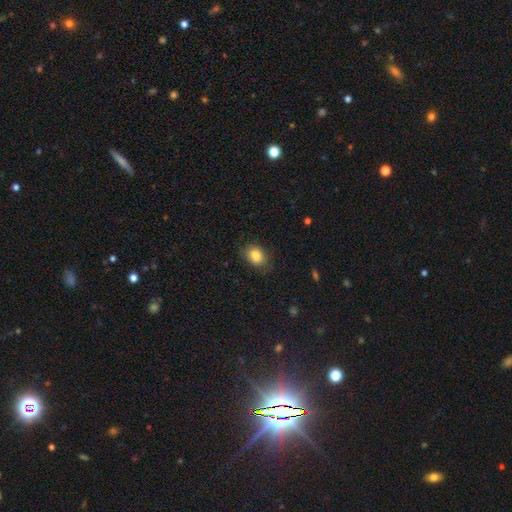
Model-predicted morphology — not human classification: Smooth or featured: smooth — 83% (star or artifact — 9%)
How rounded: in between — 65% (round — 34%)
Merging: none — 81% (minor disturbance — 15%)